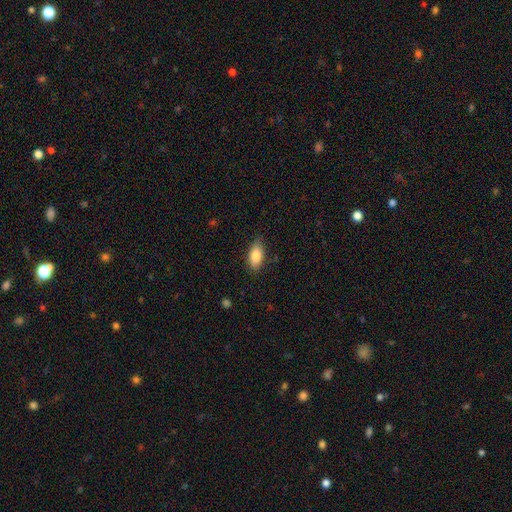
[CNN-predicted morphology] smooth 83%, featured or disk 10%, star or artifact 7%. Down the decision tree: how rounded — in between (88%); merging — none (81%).